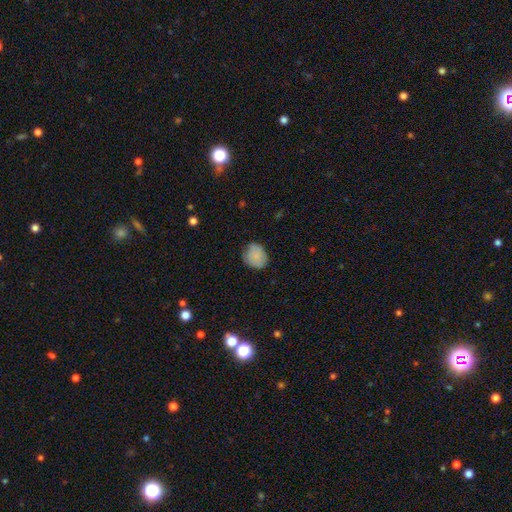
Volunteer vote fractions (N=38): Smooth or featured?
  - smooth: 95% *
  - featured or disk: 3%
  - star or artifact: 3%
How rounded?
  - round: 67% *
  - in between: 33%
  - cigar-shaped: 0%
Merging?
  - none: 76% *
  - minor disturbance: 19%
  - major disturbance: 5%
  - merger: 0%